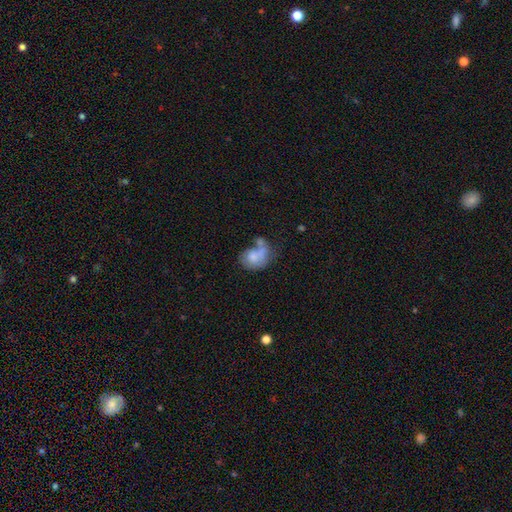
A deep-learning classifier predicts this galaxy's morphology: Smooth or featured? smooth (68%)
How rounded? in between (65%)
Merging? merger (40%)